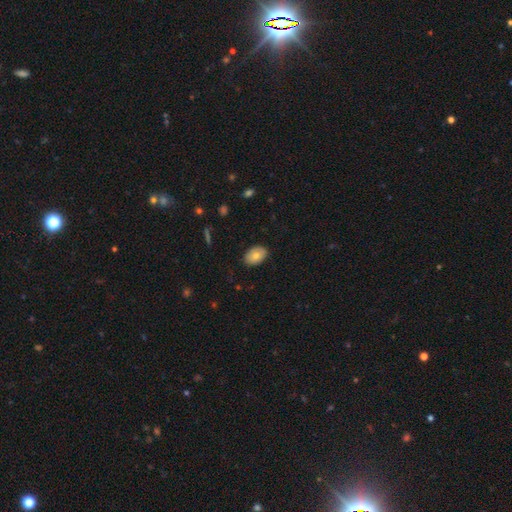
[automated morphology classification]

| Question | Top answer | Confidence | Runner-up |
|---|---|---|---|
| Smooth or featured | smooth | 74% | featured or disk (18%) |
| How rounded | in between | 85% | round (14%) |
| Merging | none | 84% | minor disturbance (13%) |